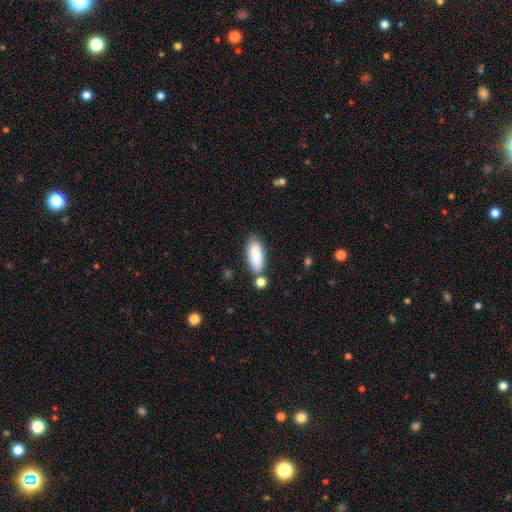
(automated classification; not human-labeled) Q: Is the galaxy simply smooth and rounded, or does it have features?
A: smooth — 87%.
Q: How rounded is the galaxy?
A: in between — 83%.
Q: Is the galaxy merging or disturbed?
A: none — 70%.